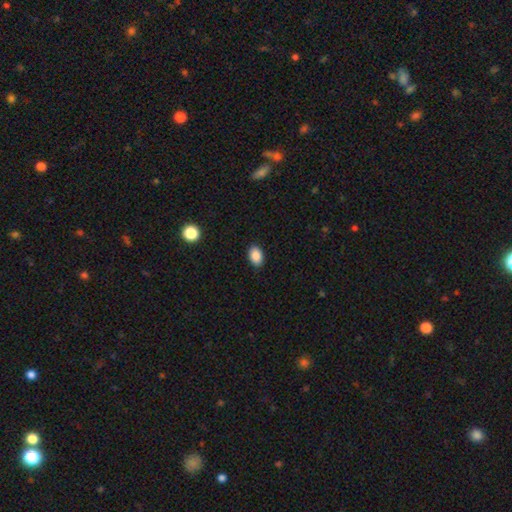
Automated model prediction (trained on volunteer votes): Q: Smooth or featured?
A: smooth (88%); runner-up: star or artifact (8%)
Q: How rounded?
A: in between (85%); runner-up: round (14%)
Q: Merging?
A: none (89%); runner-up: minor disturbance (8%)